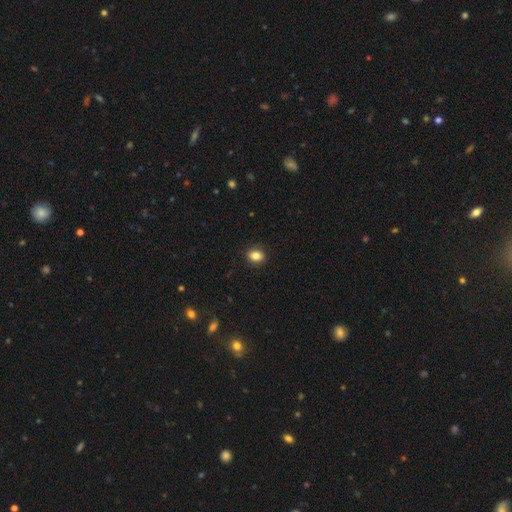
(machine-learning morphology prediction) Q: Smooth or featured?
A: smooth (85%); runner-up: star or artifact (10%)
Q: How rounded?
A: in between (52%); runner-up: round (47%)
Q: Merging?
A: none (90%); runner-up: minor disturbance (7%)